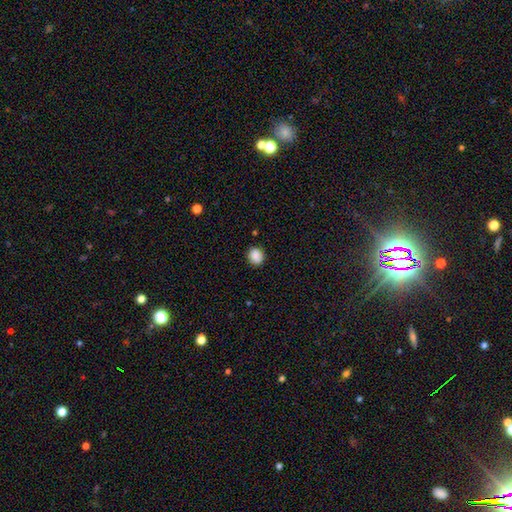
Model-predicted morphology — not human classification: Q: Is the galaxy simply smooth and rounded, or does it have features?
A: smooth — 88%.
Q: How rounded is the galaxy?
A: round — 71%.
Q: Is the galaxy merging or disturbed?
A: none — 88%.